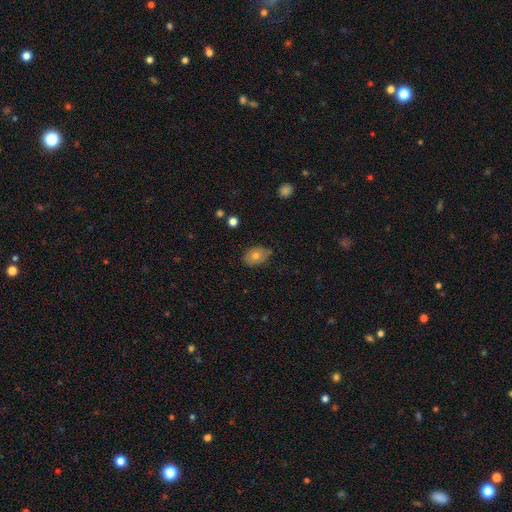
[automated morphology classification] This appears to be a smooth galaxy with no disk features (66%) that is in between round and cigar-shaped (75%). Merging: none (70%).